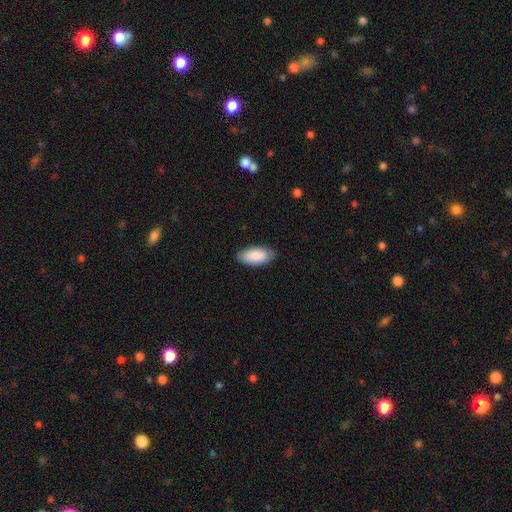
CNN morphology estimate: Overall: smooth (88%). How rounded: in between (92%). Merging: none (82%).